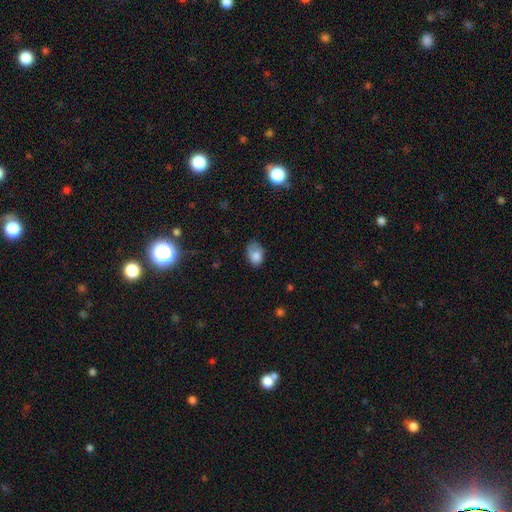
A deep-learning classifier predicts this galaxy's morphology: The model was most divided on "merging": none: 51%, minor disturbance: 36%, major disturbance: 12%, merger: 2%. More confident: smooth or featured — smooth (80%); how rounded — in between (79%).